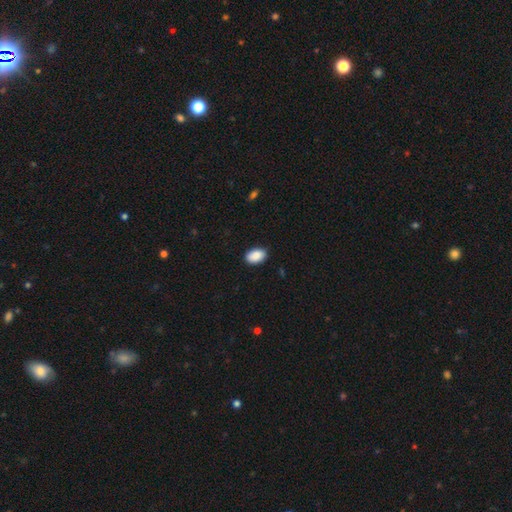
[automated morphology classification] This appears to be a smooth galaxy with no disk features (90%) that is in between round and cigar-shaped (92%). Merging: none (89%).